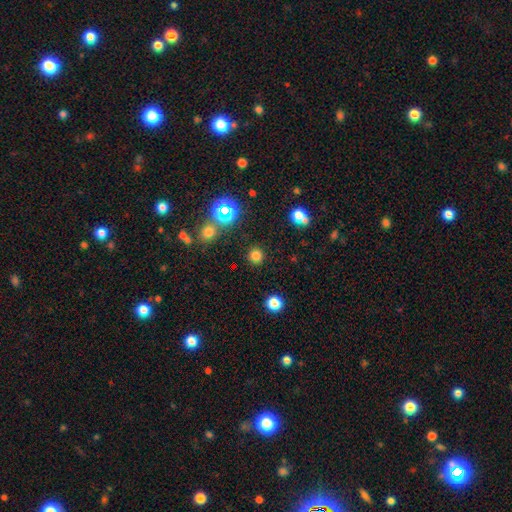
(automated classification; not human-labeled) A smooth galaxy with no disk features (75%) that is round (94%).

Vote fractions:
- Smooth or featured? smooth: 75% / star or artifact: 20% / featured or disk: 5%
- How rounded? round: 94% / in between: 5% / cigar-shaped: 1%
- Merging? none: 89% / minor disturbance: 6% / major disturbance: 3% / merger: 2%